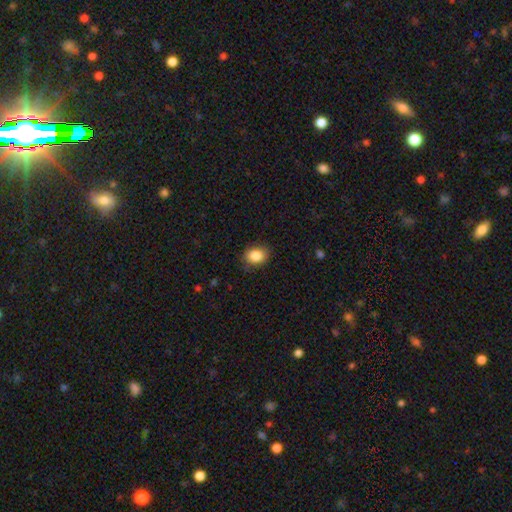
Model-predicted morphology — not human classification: Smooth or featured? Predicted: smooth (p=0.86). How rounded? Predicted: in between (p=0.58). Merging? Predicted: none (p=0.81).